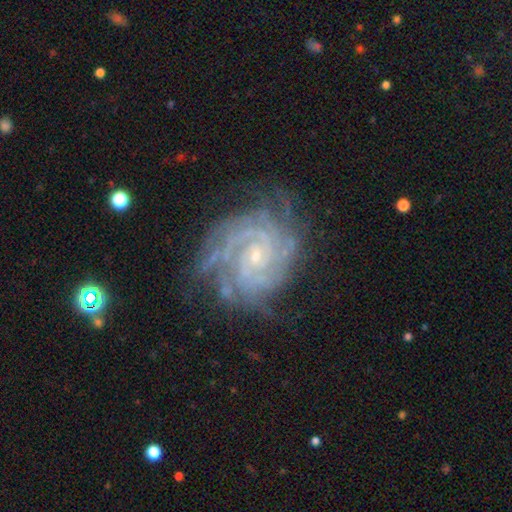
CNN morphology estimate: Smooth or featured? Predicted: featured or disk (p=0.90). Edge-on disk? Predicted: no (p=0.98). Bar? Predicted: no (p=0.66). Spiral arms? Predicted: yes (p=0.98). Spiral winding? Predicted: tight (p=0.77). Spiral arm count? Predicted: 4 (p=0.24). Bulge size? Predicted: small (p=0.83). Merging? Predicted: none (p=0.71).